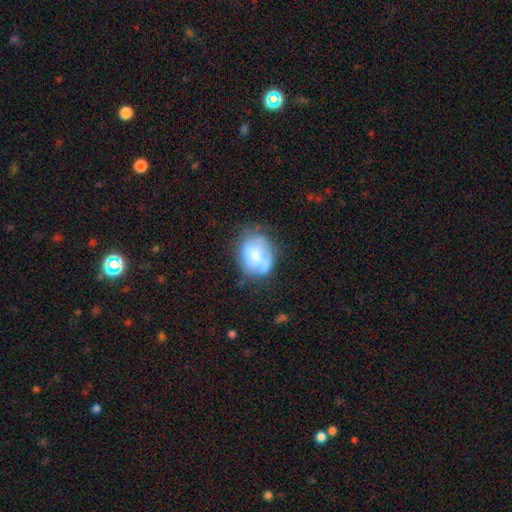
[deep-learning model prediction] Smooth or featured? Predicted: smooth (p=0.57). How rounded? Predicted: in between (p=0.53). Merging? Predicted: none (p=0.46).